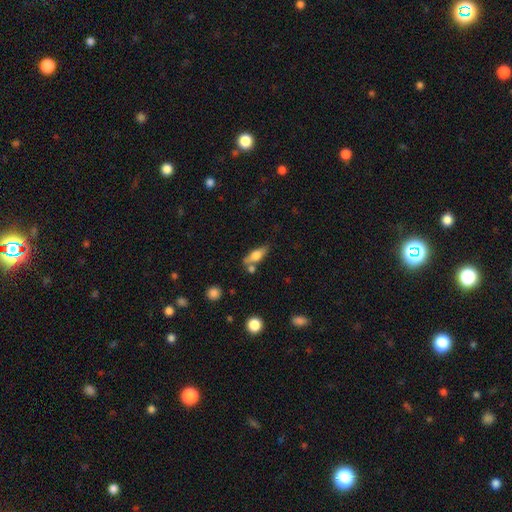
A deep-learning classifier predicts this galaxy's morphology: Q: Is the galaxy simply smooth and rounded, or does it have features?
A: smooth — 63%.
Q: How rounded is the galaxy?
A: in between — 63%.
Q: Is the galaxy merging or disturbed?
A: none — 57%.